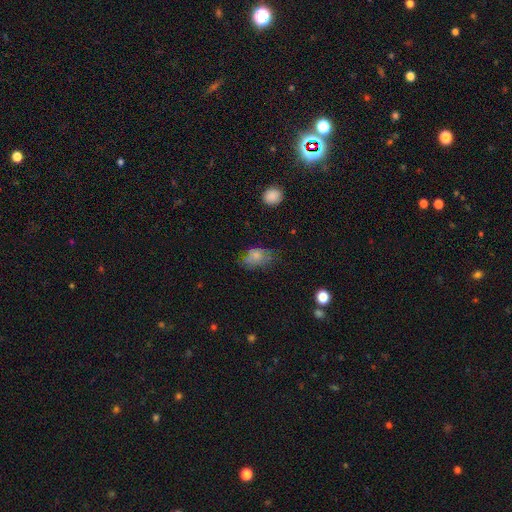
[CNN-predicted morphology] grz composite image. It shows a smooth galaxy with no disk features (68%) that is in between round and cigar-shaped (79%). Merging: none (49%).